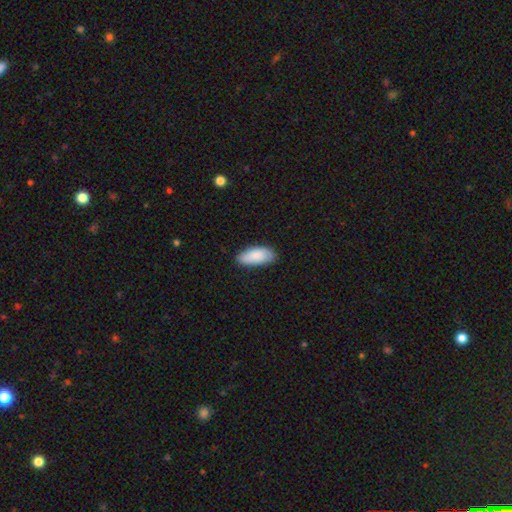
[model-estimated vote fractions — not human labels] smooth-or-featured: smooth: 88% | featured or disk: 7% | star or artifact: 6%
  how-rounded: in between: 88% | cigar-shaped: 10% | round: 2%
  merging: none: 82% | minor disturbance: 14% | major disturbance: 2% | merger: 1%